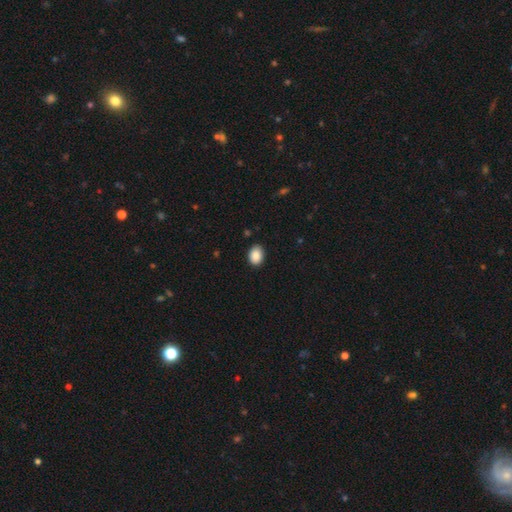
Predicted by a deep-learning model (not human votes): A smooth galaxy with no disk features (89%) that is in between round and cigar-shaped (73%).

Vote fractions:
- Smooth or featured? smooth: 89% / star or artifact: 8% / featured or disk: 4%
- How rounded? in between: 73% / round: 26% / cigar-shaped: 1%
- Merging? none: 87% / minor disturbance: 10% / major disturbance: 2% / merger: 1%